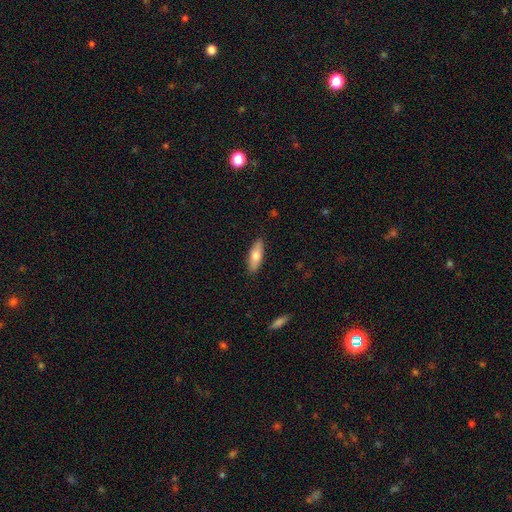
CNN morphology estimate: Smooth or featured? smooth (70%)
How rounded? in between (60%)
Merging? none (88%)